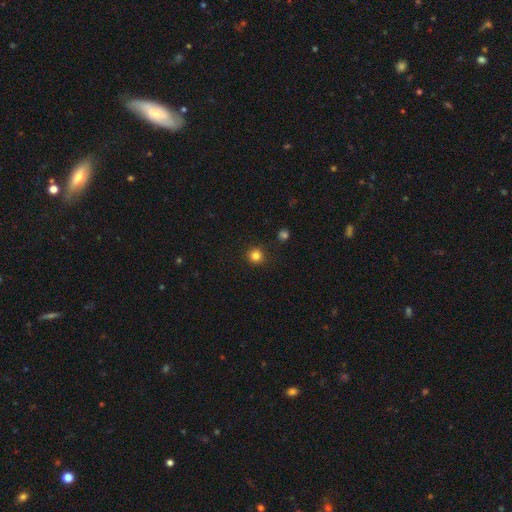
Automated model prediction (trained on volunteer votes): A smooth galaxy with no disk features (83%) that is round (94%).

Vote fractions:
- Smooth or featured? smooth: 83% / star or artifact: 13% / featured or disk: 4%
- How rounded? round: 94% / in between: 5% / cigar-shaped: 1%
- Merging? none: 90% / minor disturbance: 6% / major disturbance: 2% / merger: 2%